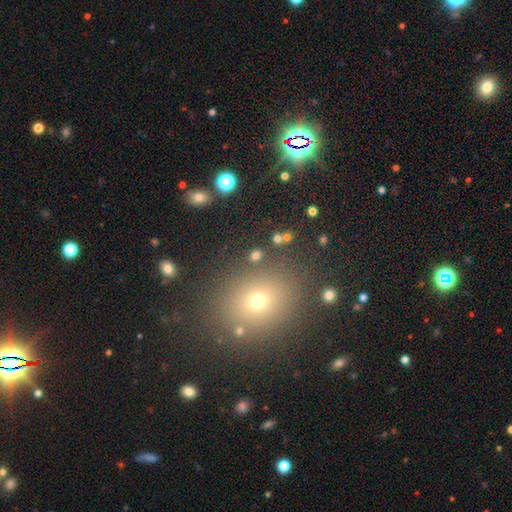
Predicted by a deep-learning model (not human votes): smooth 71%, star or artifact 21%, featured or disk 8%. Down the decision tree: how rounded — round (69%); merging — none (80%).